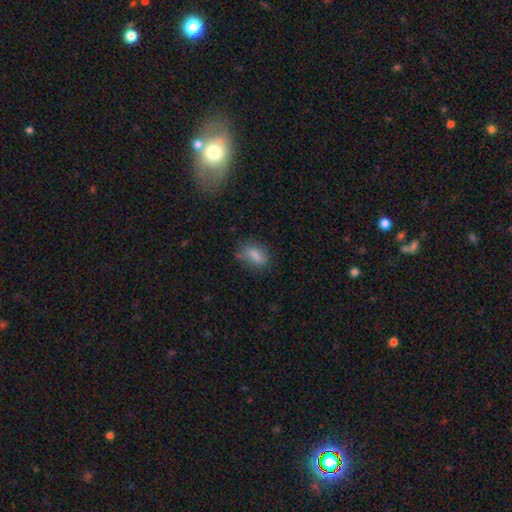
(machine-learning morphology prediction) Overall: smooth (78%). How rounded: in between (79%). Merging: none (65%).